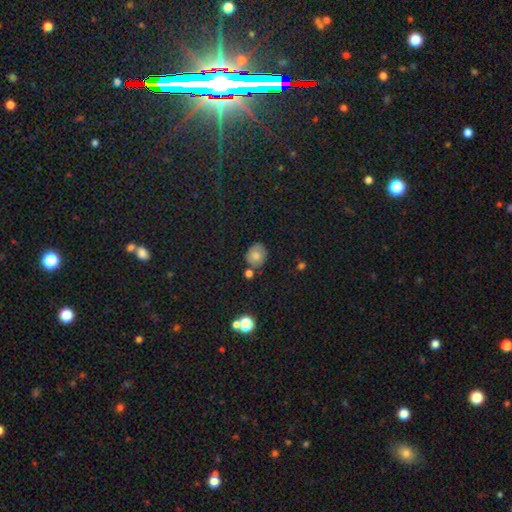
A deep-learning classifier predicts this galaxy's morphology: This is likely a smooth galaxy (77%). How rounded: likely round (67%). Merging: likely none (70%).